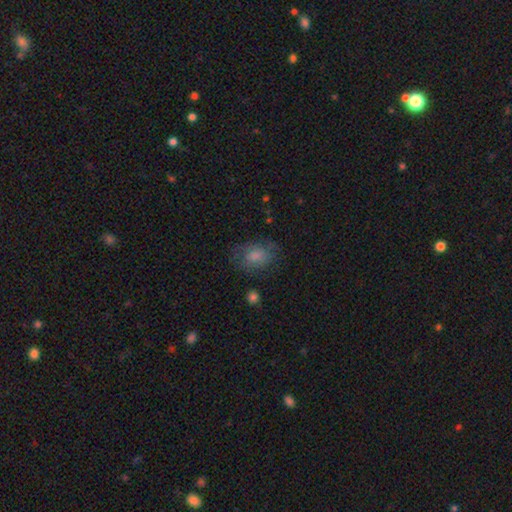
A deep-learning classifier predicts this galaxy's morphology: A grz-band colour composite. It shows a smooth galaxy with no disk features (64%) that is in between round and cigar-shaped (66%). Merging: none (72%).